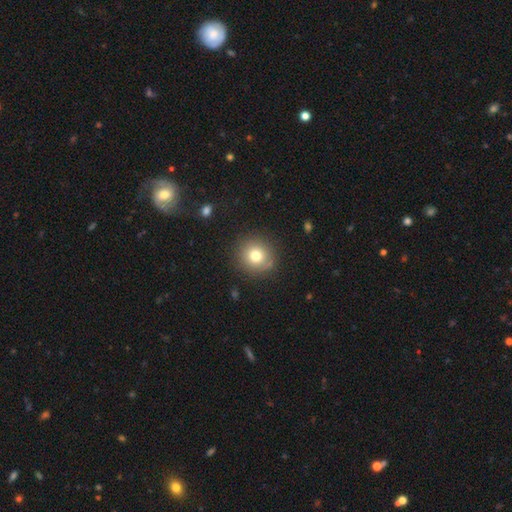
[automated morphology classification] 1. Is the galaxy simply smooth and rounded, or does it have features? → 76% smooth, 12% star or artifact, 12% featured or disk.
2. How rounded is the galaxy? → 90% round, 9% in between, 1% cigar-shaped.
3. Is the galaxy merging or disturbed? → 87% none, 9% minor disturbance, 3% major disturbance, 2% merger.